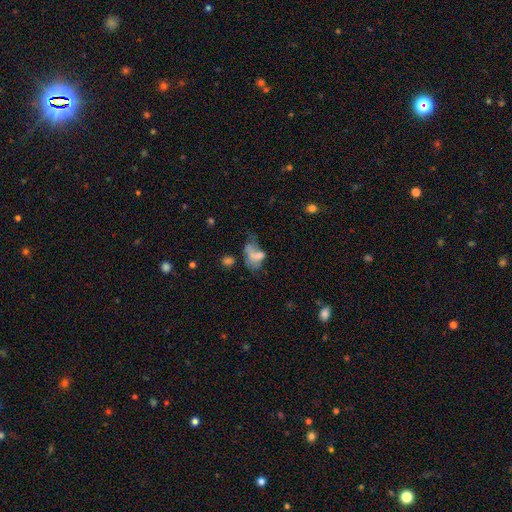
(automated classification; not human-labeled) Smooth or featured: smooth — 52% (featured or disk — 34%)
How rounded: in between — 84% (round — 14%)
Merging: major disturbance — 35% (merger — 30%)